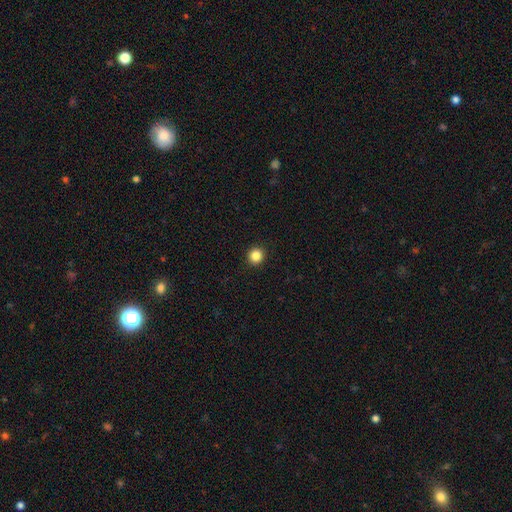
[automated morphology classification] A smooth galaxy with no disk features (85%) that is round (92%). Merging: none (94%).